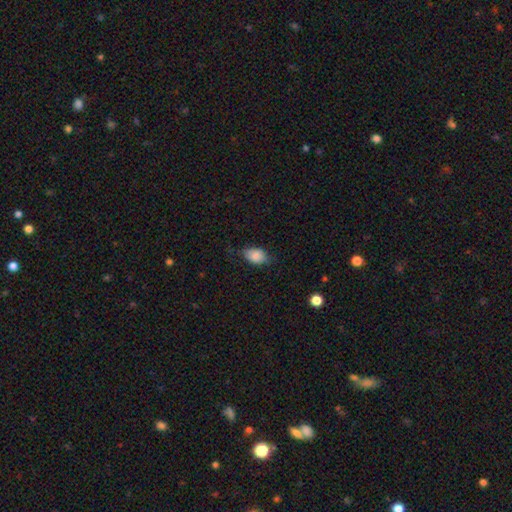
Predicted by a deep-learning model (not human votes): Smooth or featured? smooth (83%)
How rounded? in between (85%)
Merging? none (68%)